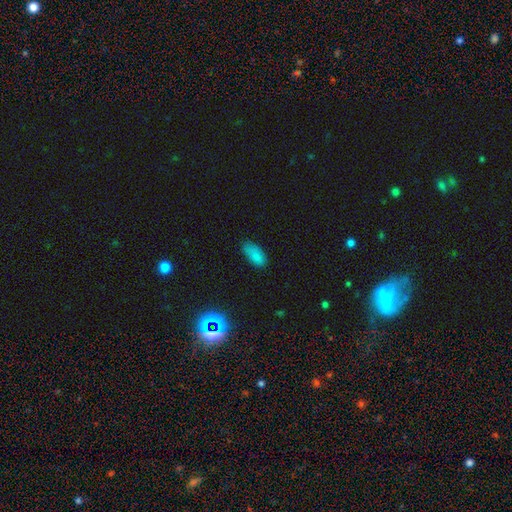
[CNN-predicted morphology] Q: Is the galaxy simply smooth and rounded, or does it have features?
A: smooth — 82%.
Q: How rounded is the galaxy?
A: in between — 89%.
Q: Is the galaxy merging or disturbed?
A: none — 66%.